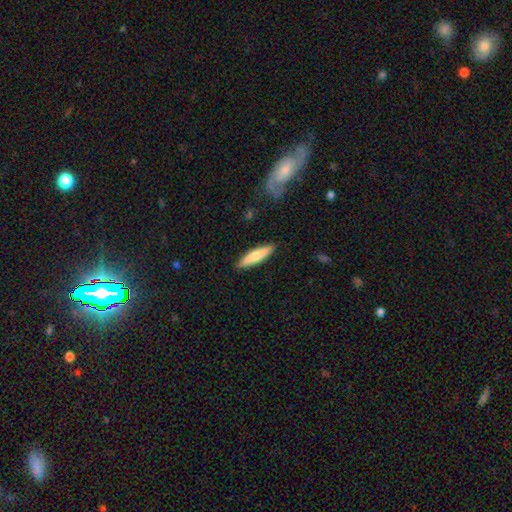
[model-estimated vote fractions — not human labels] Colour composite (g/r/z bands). It shows a smooth galaxy with no disk features (76%) that is cigar-shaped (77%). Merging: none (89%).